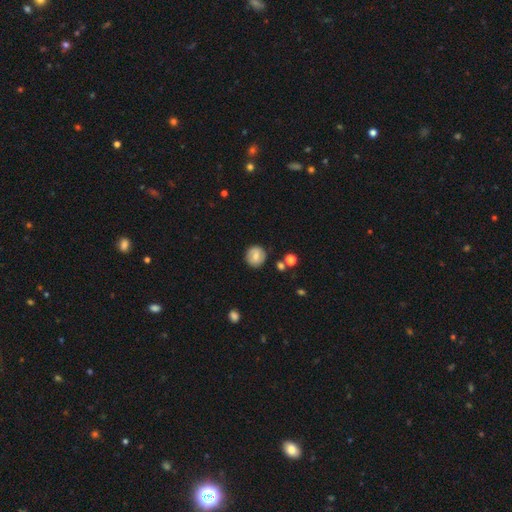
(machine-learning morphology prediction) A smooth galaxy with no disk features (64%) that is round (88%). Merging: none (83%).